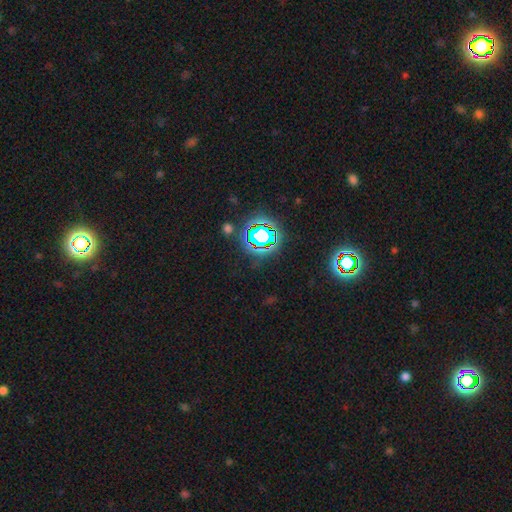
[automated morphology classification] type=star or artifact (81%).